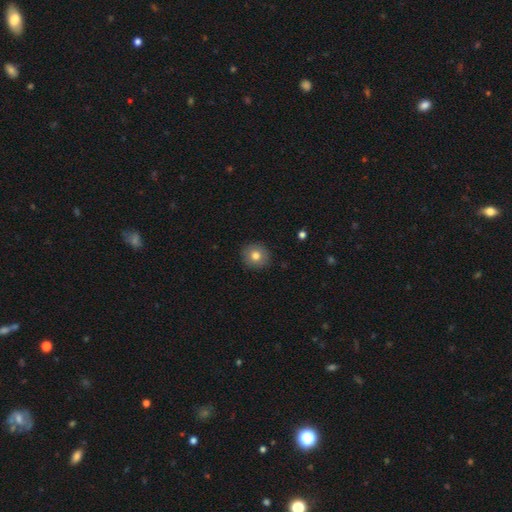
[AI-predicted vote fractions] A smooth galaxy with no disk features (79%) that is round (92%).

Vote fractions:
- Smooth or featured? smooth: 79% / featured or disk: 11% / star or artifact: 10%
- How rounded? round: 92% / in between: 7% / cigar-shaped: 1%
- Merging? none: 91% / minor disturbance: 7% / major disturbance: 2% / merger: 1%